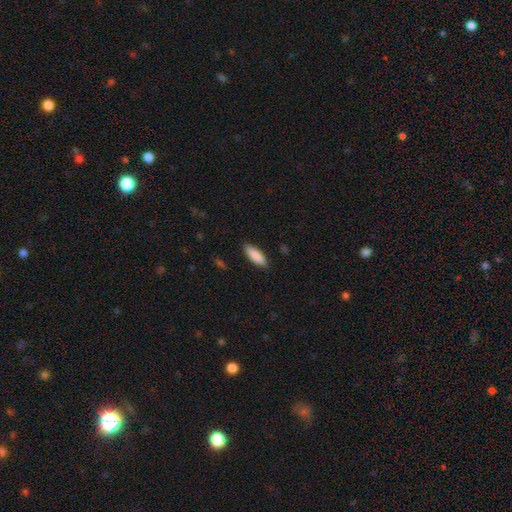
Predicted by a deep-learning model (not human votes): Smooth or featured? Predicted: smooth (p=0.88). How rounded? Predicted: in between (p=0.63). Merging? Predicted: none (p=0.87).